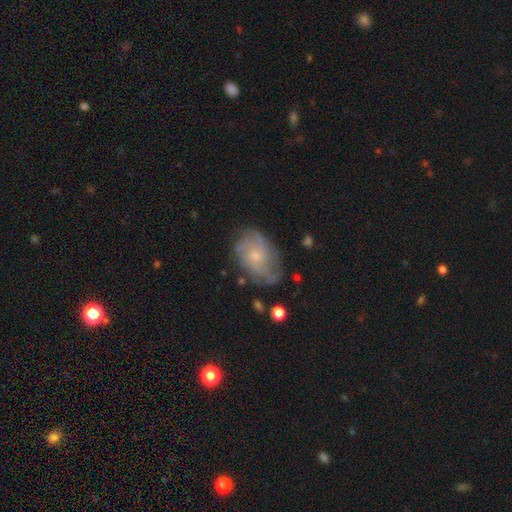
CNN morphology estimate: Smooth or featured: featured or disk — 65% (smooth — 27%)
Edge-on disk: no — 97% (yes — 3%)
Bar: no — 79% (weak — 19%)
Spiral arms: yes — 84% (no — 16%)
Spiral winding: medium — 40% (tight — 35%)
Spiral arm count: can't tell — 42% (2 — 20%)
Bulge size: small — 68% (moderate — 25%)
Merging: none — 65% (minor disturbance — 23%)